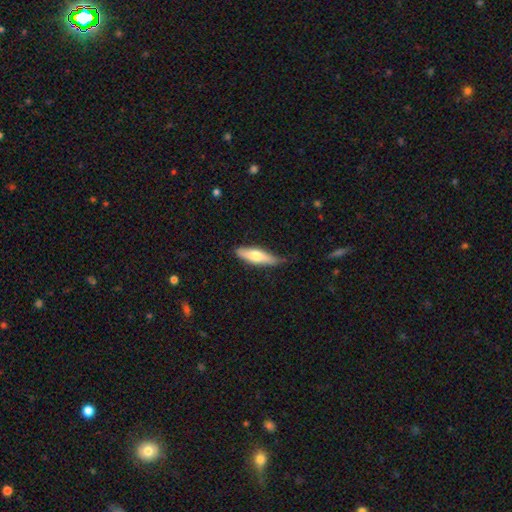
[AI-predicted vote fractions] smooth-or-featured: smooth: 60% | featured or disk: 34% | star or artifact: 5%
  how-rounded: cigar-shaped: 59% | in between: 38% | round: 2%
  merging: none: 68% | minor disturbance: 26% | major disturbance: 4% | merger: 1%